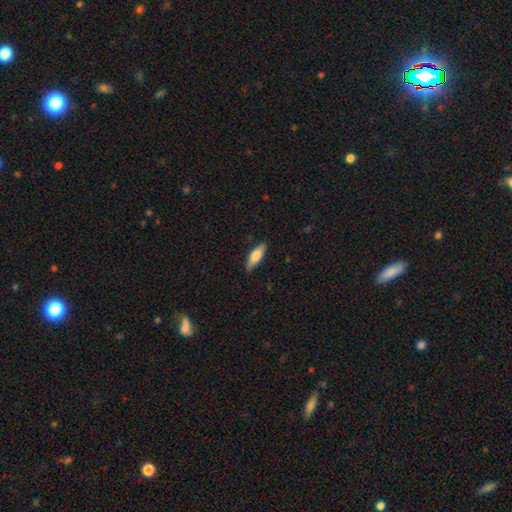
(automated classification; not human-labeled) smooth 72%, featured or disk 22%, star or artifact 6%. Down the decision tree: how rounded — in between (58%); merging — none (84%).